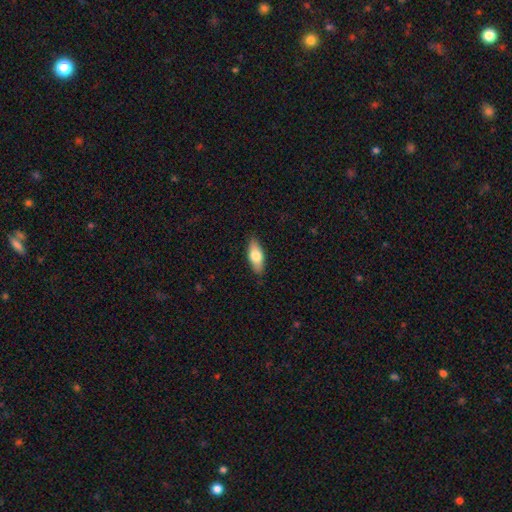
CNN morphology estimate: Overall: smooth (73%). How rounded: in between (77%). Merging: none (87%).